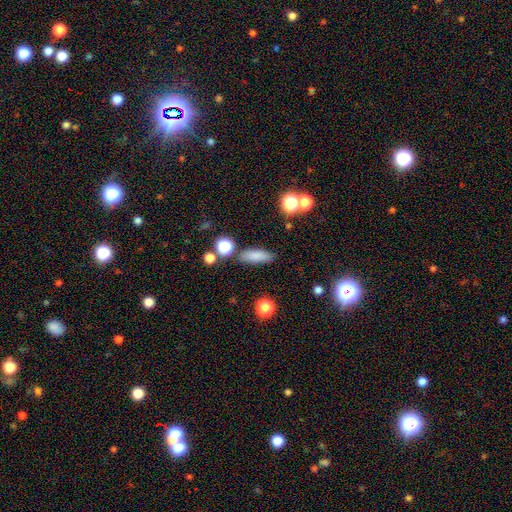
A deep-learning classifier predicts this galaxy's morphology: Q: Smooth or featured?
A: smooth (82%); runner-up: star or artifact (10%)
Q: How rounded?
A: in between (54%); runner-up: cigar-shaped (42%)
Q: Merging?
A: none (81%); runner-up: minor disturbance (12%)